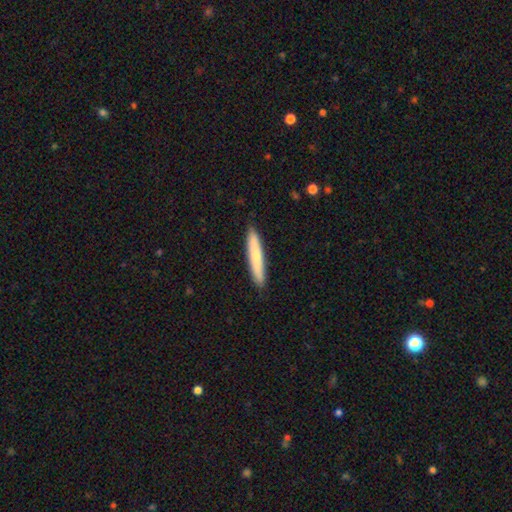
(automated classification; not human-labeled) A smooth galaxy with no disk features (71%) that is cigar-shaped (93%). Merging: none (90%).